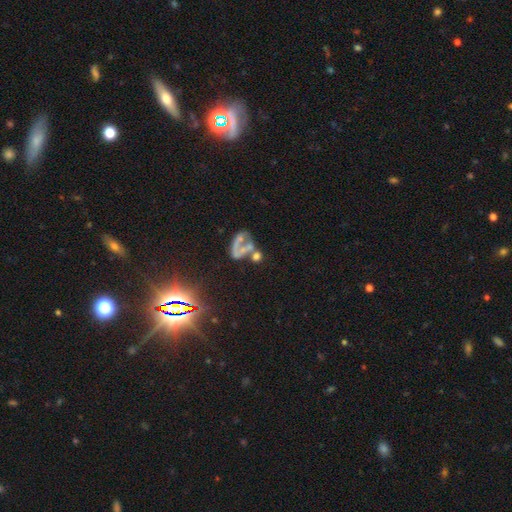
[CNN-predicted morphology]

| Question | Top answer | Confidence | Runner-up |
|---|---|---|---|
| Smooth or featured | featured or disk | 44% | smooth (29%) |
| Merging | merger | 38% | major disturbance (25%) |